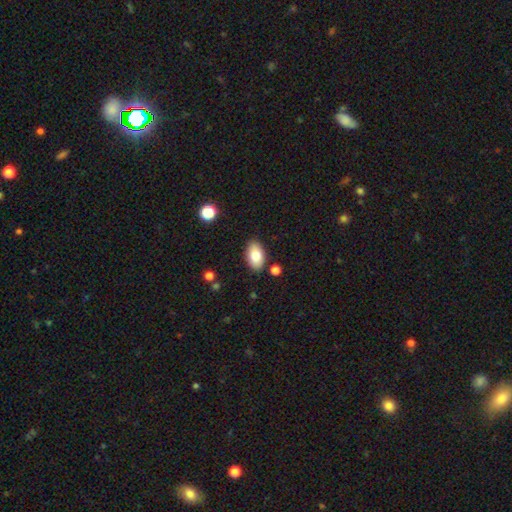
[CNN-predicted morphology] Smooth or featured? smooth (82%)
How rounded? in between (93%)
Merging? none (85%)